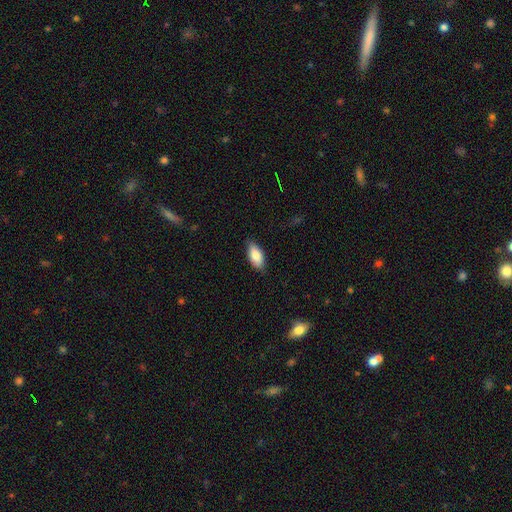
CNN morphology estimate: Smooth or featured? Predicted: smooth (p=0.84). How rounded? Predicted: in between (p=0.89). Merging? Predicted: none (p=0.82).